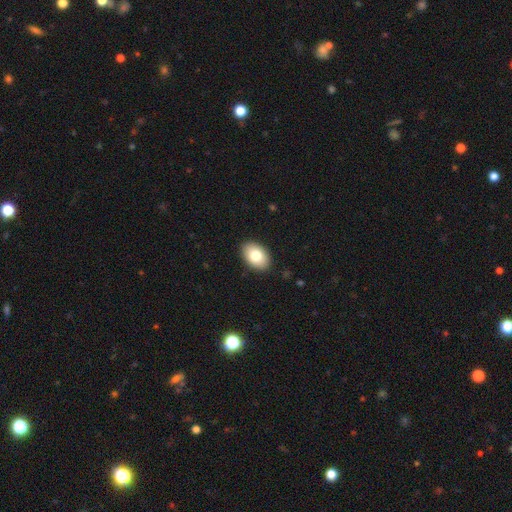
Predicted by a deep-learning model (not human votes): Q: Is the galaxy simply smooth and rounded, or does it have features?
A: smooth — 81%.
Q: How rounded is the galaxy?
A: in between — 90%.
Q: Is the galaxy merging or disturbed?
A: none — 89%.